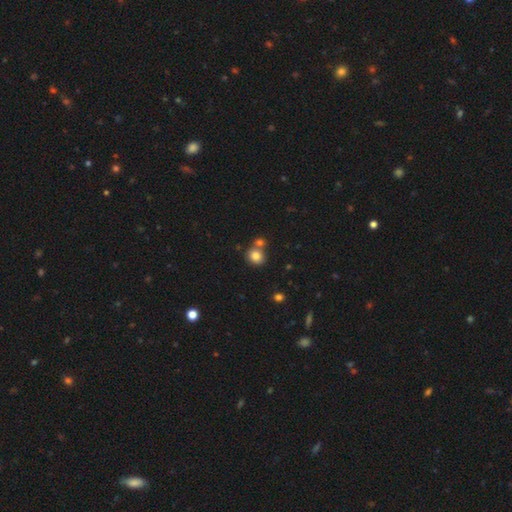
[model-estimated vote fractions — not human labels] A smooth galaxy with no disk features (82%) that is round (80%).

Vote fractions:
- Smooth or featured? smooth: 82% / star or artifact: 11% / featured or disk: 7%
- How rounded? round: 80% / in between: 19% / cigar-shaped: 1%
- Merging? none: 60% / merger: 29% / minor disturbance: 9% / major disturbance: 3%